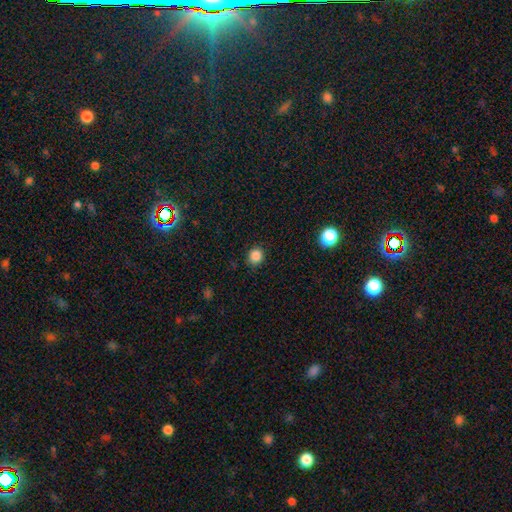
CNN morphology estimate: Overall: smooth (85%). How rounded: round (82%). Merging: none (89%).